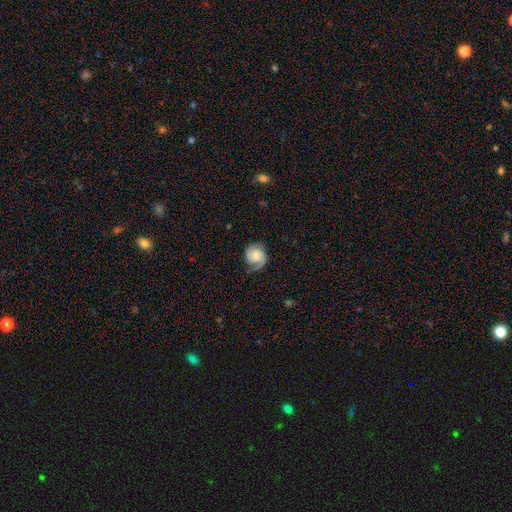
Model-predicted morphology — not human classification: Smooth or featured? featured or disk (78%)
Edge-on disk? no (98%)
Bar? no (64%)
Spiral arms? yes (97%)
Spiral winding? medium (46%)
Spiral arm count? 2 (88%)
Bulge size? moderate (38%)
Merging? none (75%)